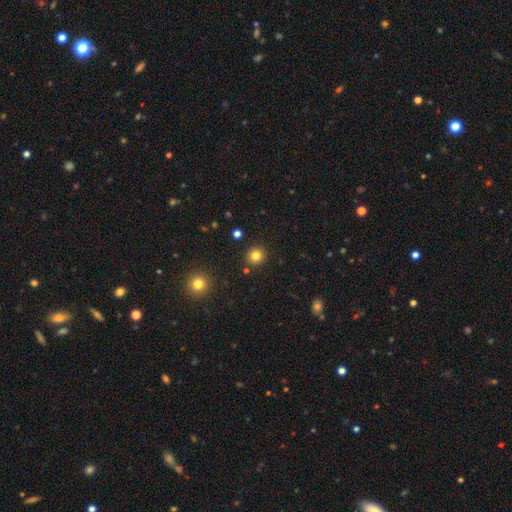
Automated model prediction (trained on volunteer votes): smooth-or-featured: smooth: 82% | star or artifact: 13% | featured or disk: 6%
  how-rounded: round: 91% | in between: 8% | cigar-shaped: 1%
  merging: none: 89% | minor disturbance: 6% | merger: 3% | major disturbance: 2%